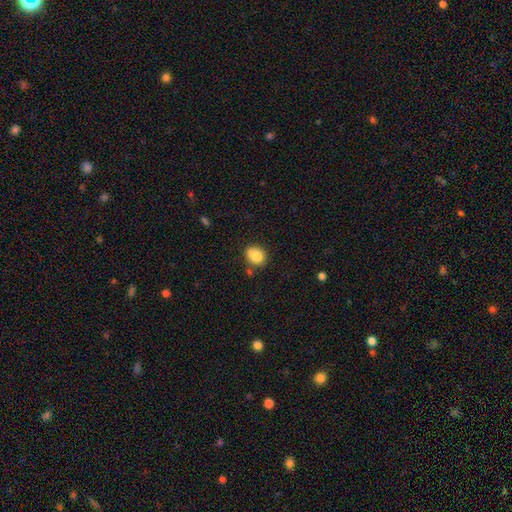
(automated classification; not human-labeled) A smooth galaxy with no disk features (85%) that is in between round and cigar-shaped (62%). Merging: none (69%).